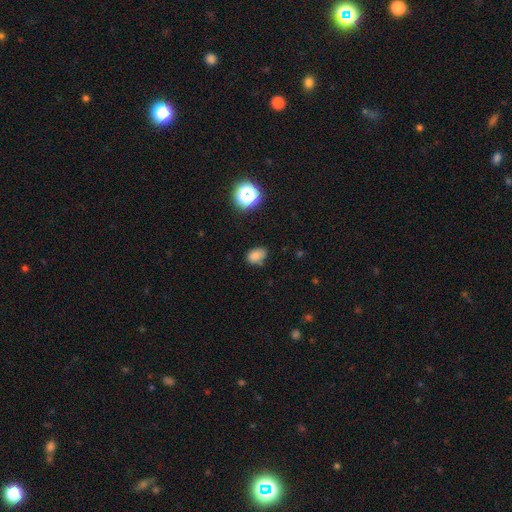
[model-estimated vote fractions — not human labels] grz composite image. It shows a smooth galaxy with no disk features (79%) that is in between round and cigar-shaped (78%). Merging: none (64%).